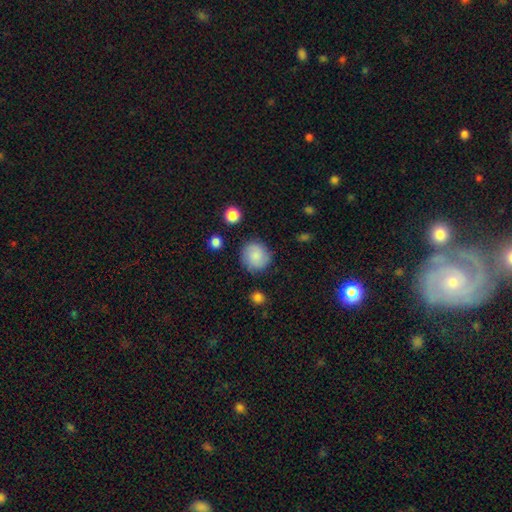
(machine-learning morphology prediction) Smooth or featured?
  - smooth: 82% *
  - featured or disk: 11%
  - star or artifact: 8%
How rounded?
  - round: 90% *
  - in between: 9%
  - cigar-shaped: 1%
Merging?
  - none: 83% *
  - minor disturbance: 11%
  - major disturbance: 3%
  - merger: 2%